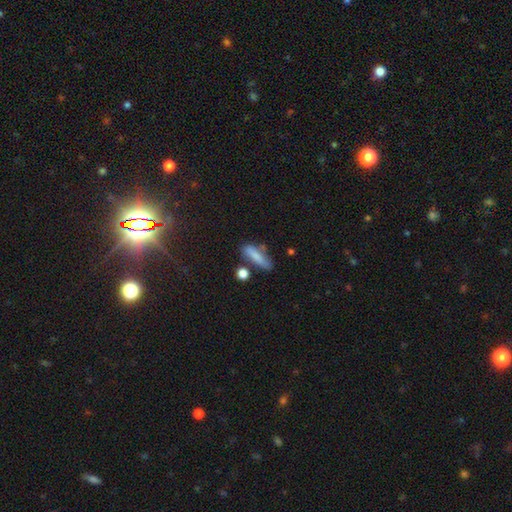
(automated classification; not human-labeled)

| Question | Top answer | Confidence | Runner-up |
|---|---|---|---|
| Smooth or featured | smooth | 76% | featured or disk (16%) |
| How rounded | cigar-shaped | 53% | in between (43%) |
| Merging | none | 61% | minor disturbance (22%) |